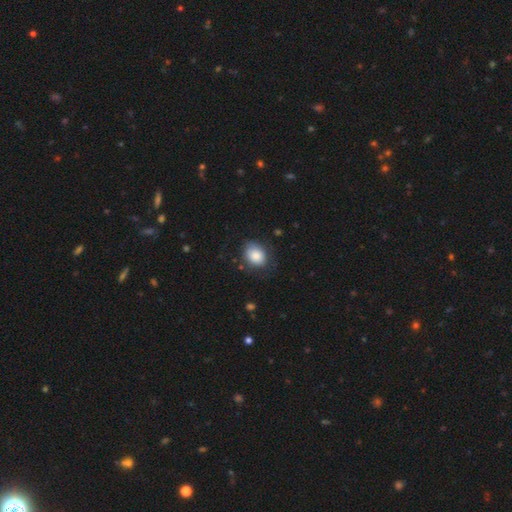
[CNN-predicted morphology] A smooth galaxy with no disk features (84%) that is in between round and cigar-shaped (53%).

Vote fractions:
- Smooth or featured? smooth: 84% / featured or disk: 8% / star or artifact: 8%
- How rounded? in between: 53% / round: 46% / cigar-shaped: 1%
- Merging? none: 71% / minor disturbance: 21% / major disturbance: 6% / merger: 2%